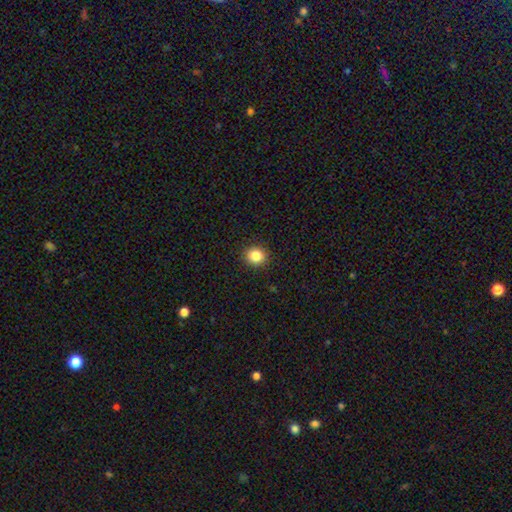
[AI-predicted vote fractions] This is clearly a smooth galaxy (85%). How rounded: clearly round (87%). Merging: clearly none (92%).